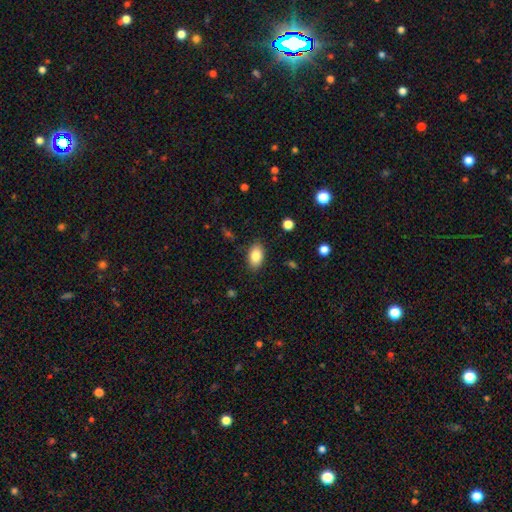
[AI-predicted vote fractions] Smooth or featured: smooth — 85% (star or artifact — 8%)
How rounded: in between — 91% (round — 7%)
Merging: none — 86% (minor disturbance — 10%)